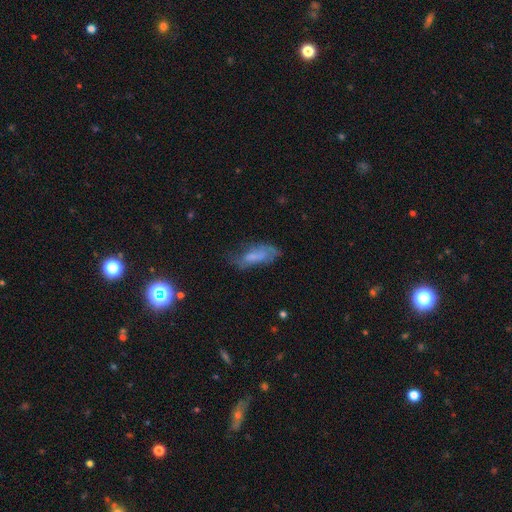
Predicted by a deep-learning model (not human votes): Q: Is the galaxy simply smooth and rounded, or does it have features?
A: smooth — 51%.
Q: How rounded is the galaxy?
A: in between — 69%.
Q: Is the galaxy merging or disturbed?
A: none — 43%.